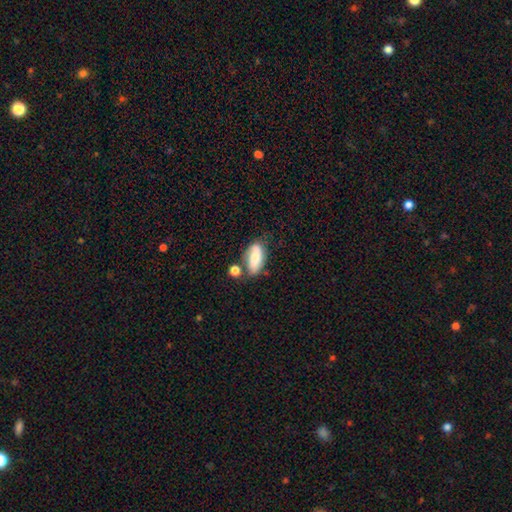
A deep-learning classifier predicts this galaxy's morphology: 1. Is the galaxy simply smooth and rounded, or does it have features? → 67% smooth, 25% featured or disk, 8% star or artifact.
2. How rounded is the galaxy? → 83% in between, 13% cigar-shaped, 4% round.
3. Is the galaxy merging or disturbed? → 55% none, 21% minor disturbance, 17% merger, 7% major disturbance.